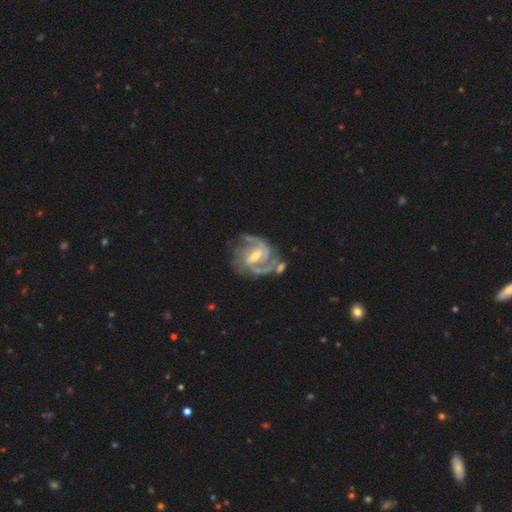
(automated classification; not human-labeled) smooth_or_featured: featured or disk (p=0.91) [alt: star or artifact p=0.05]
disk_edge_on: no (p=0.98) [alt: yes p=0.02]
bar: weak (p=0.48) [alt: strong p=0.41]
has_spiral_arms: yes (p=0.97) [alt: no p=0.03]
spiral_winding: medium (p=0.50) [alt: tight p=0.38]
spiral_arm_count: 2 (p=0.56) [alt: 3 p=0.21]
bulge_size: moderate (p=0.46) [tied with: small p=0.46]
merging: none (p=0.58) [alt: minor disturbance p=0.20]